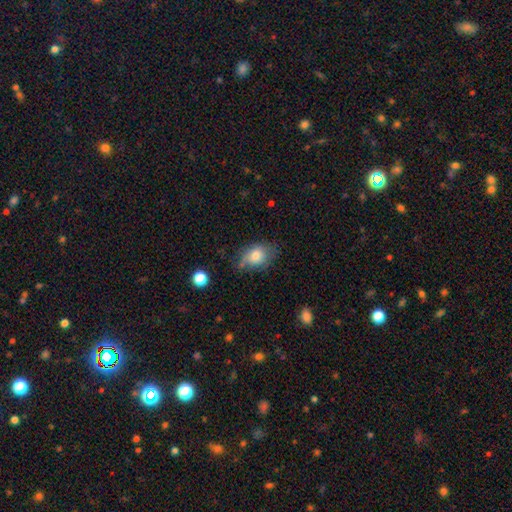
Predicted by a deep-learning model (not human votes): Overall: smooth (75%). How rounded: in between (75%). Merging: none (56%; minor disturbance 31%).